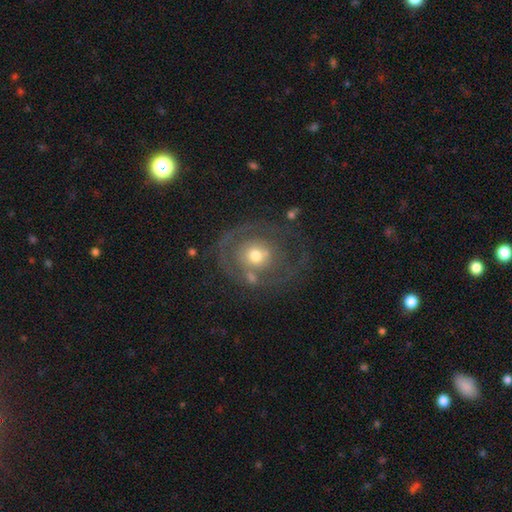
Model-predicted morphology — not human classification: Overall: featured or disk (58%; smooth 34%). Edge-on disk: no (96%). Bar: no (84%). Spiral arms: no (55%; yes 45%). Bulge size: moderate (61%; small 27%). Merging: none (54%; major disturbance 23%).